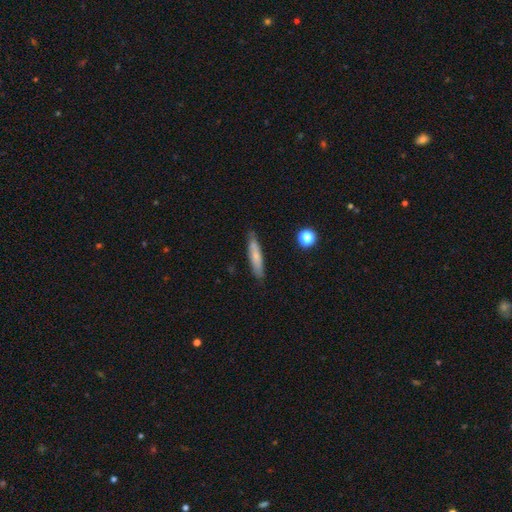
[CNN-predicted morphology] Smooth or featured? Predicted: smooth (p=0.66). How rounded? Predicted: cigar-shaped (p=0.85). Merging? Predicted: none (p=0.82).